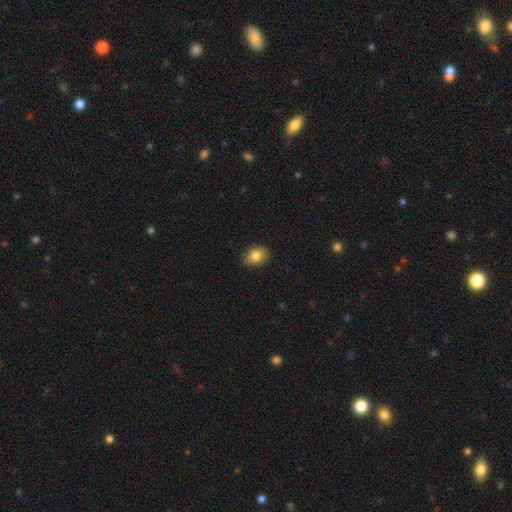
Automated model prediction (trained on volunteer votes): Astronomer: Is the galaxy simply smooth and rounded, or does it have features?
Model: smooth — 83%.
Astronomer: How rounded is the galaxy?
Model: in between — 79%.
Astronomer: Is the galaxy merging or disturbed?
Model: none — 87%.